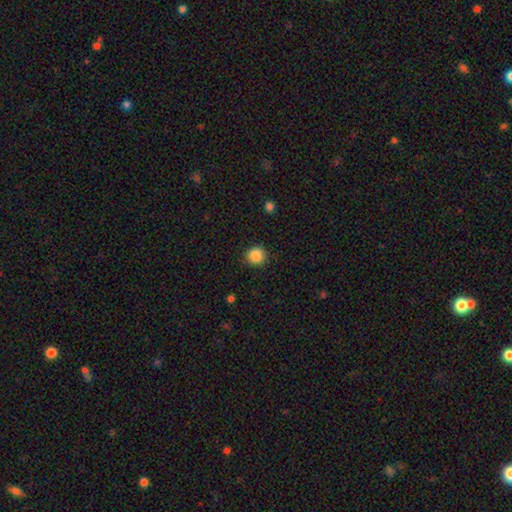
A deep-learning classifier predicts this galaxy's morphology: Smooth or featured: smooth — 87% (star or artifact — 10%)
How rounded: round — 92% (in between — 7%)
Merging: none — 89% (minor disturbance — 8%)